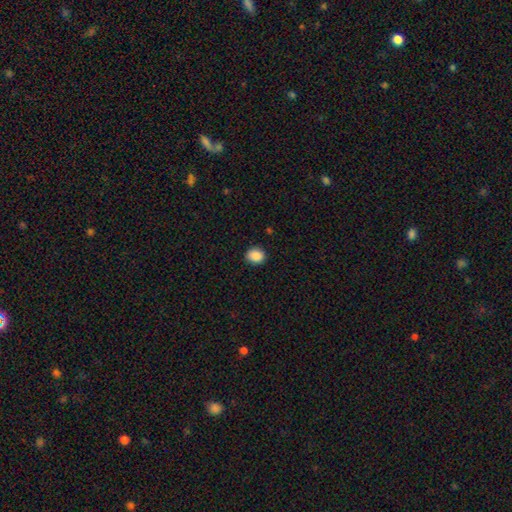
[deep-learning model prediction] This is clearly a smooth galaxy (89%). How rounded: likely round (64%). Merging: clearly none (89%).